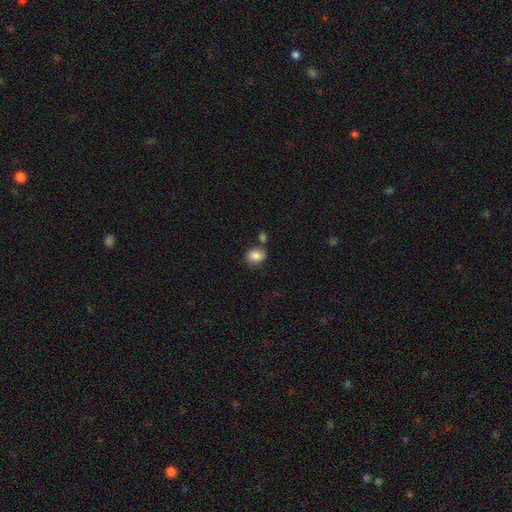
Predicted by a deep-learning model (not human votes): Overall: smooth (83%). How rounded: round (52%; in between 47%). Merging: none (63%).